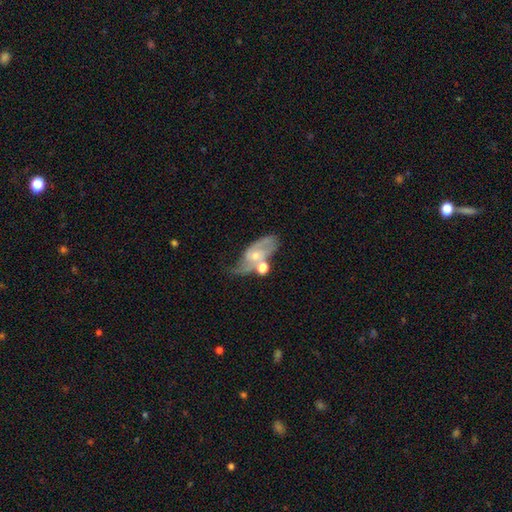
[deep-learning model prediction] This is likely a featured or disk galaxy (69%). It is clearly not viewed edge-on (93%). Bar: likely no (62%). Spiral arm pattern: likely yes (80%). Spiral arm count: likely 2 (64%). Spiral winding: marginally medium (39%). Central bulge: possibly small (59%). Merging: marginally none (34%).